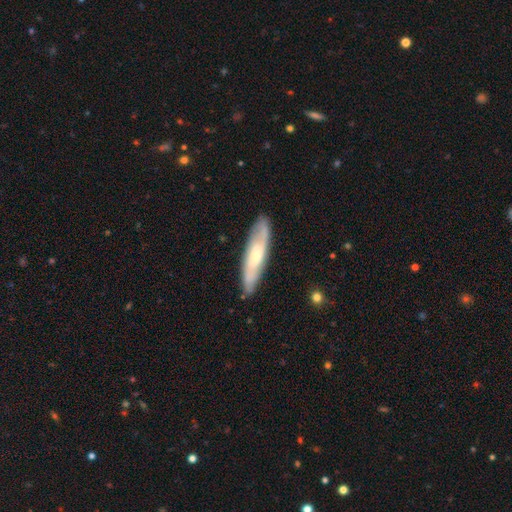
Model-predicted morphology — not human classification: Overall: featured or disk (53%; smooth 41%). Edge-on disk: no (58%; yes 42%). Merging: none (85%).